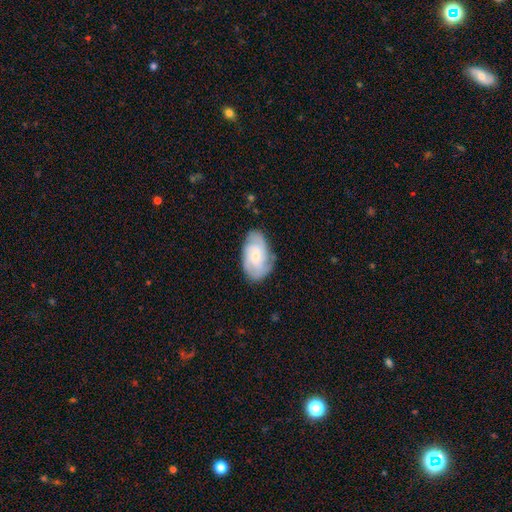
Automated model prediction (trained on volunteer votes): This is likely a featured or disk galaxy (70%). It is clearly not viewed edge-on (97%). Bar: likely no (61%). Spiral arm pattern: clearly yes (94%). Spiral arm count: marginally 3 (34%). Spiral winding: possibly tight (49%). Central bulge: likely small (65%). Merging: likely none (74%).